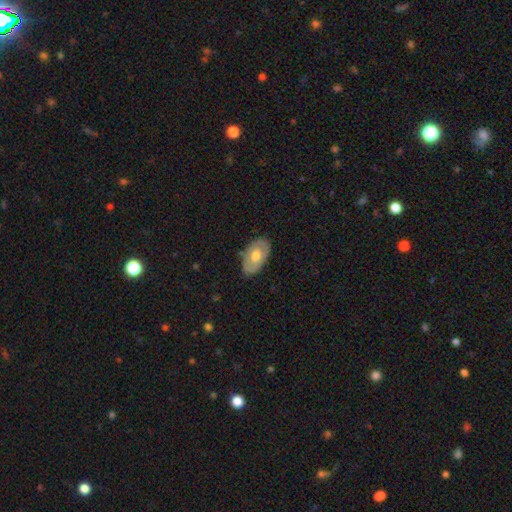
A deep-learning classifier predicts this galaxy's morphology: Q: Smooth or featured?
A: smooth (53%); runner-up: featured or disk (42%)
Q: How rounded?
A: in between (91%); runner-up: round (7%)
Q: Merging?
A: none (80%); runner-up: minor disturbance (16%)